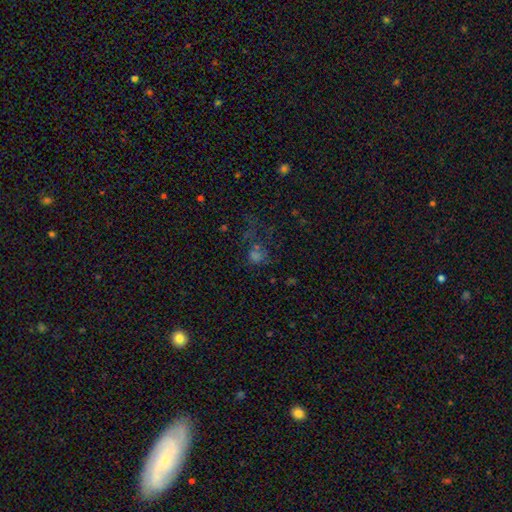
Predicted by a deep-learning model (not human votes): The model was most divided on "smooth or featured": smooth: 47%, star or artifact: 39%, featured or disk: 14%. Remaining: merging — none (49%).